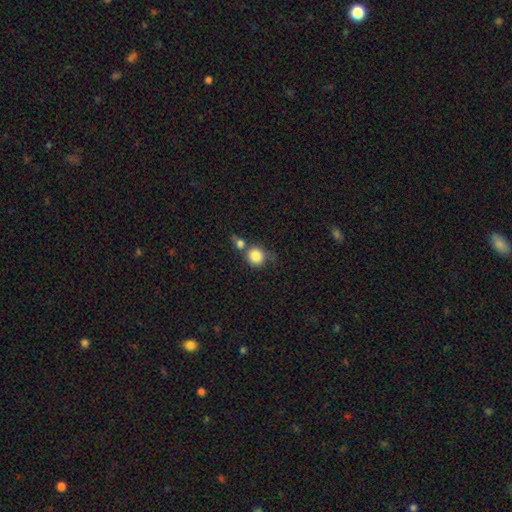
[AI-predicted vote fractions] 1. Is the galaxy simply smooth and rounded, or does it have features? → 83% smooth, 9% star or artifact, 7% featured or disk.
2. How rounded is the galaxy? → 86% round, 13% in between, 1% cigar-shaped.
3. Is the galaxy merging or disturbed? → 48% none, 32% merger, 14% minor disturbance, 7% major disturbance.